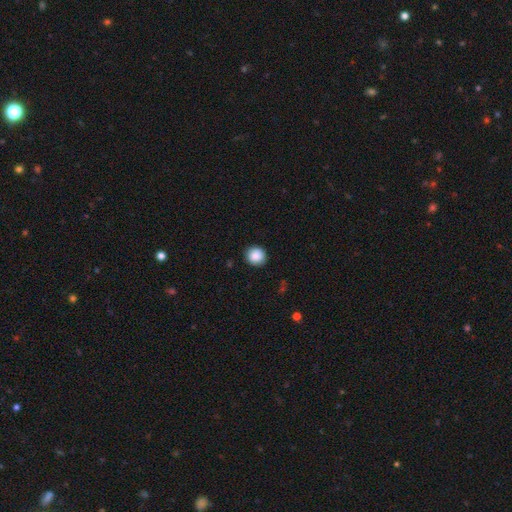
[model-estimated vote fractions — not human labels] Smooth or featured: smooth — 88% (star or artifact — 8%)
How rounded: round — 90% (in between — 10%)
Merging: none — 89% (minor disturbance — 8%)